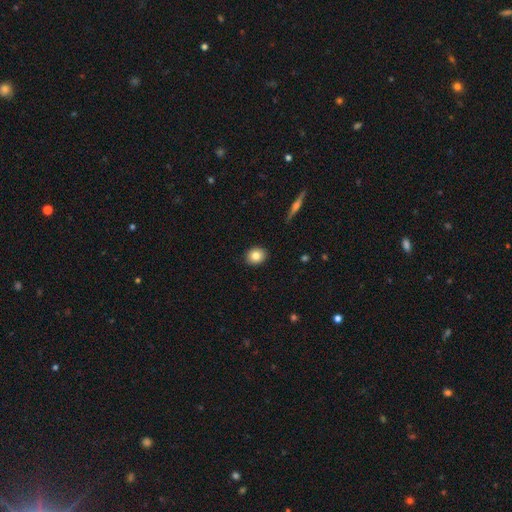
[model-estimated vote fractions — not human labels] This appears to be a smooth galaxy with no disk features (82%) that is round (72%). Merging: none (91%).